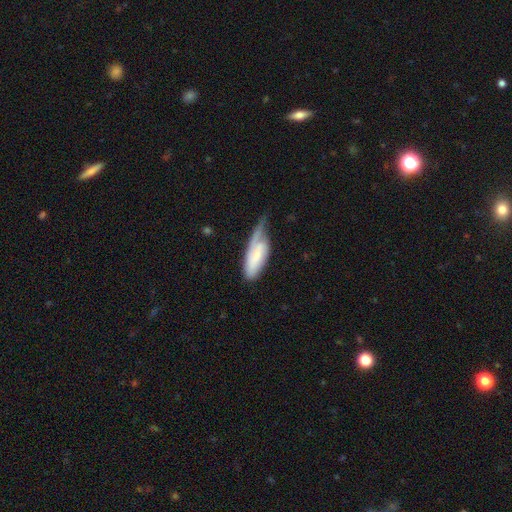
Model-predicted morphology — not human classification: This appears to be a smooth galaxy with no disk features (57%) that is in between round and cigar-shaped (73%). Merging: minor disturbance (39%).